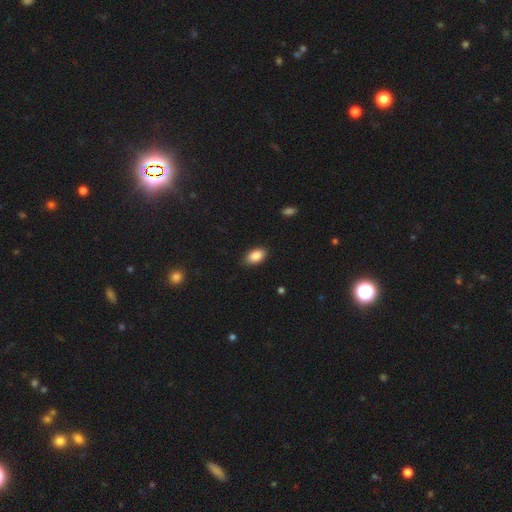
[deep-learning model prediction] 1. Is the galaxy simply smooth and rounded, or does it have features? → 88% smooth, 8% star or artifact, 5% featured or disk.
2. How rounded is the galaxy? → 91% in between, 7% round, 2% cigar-shaped.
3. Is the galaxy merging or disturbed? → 85% none, 12% minor disturbance, 2% major disturbance, 1% merger.